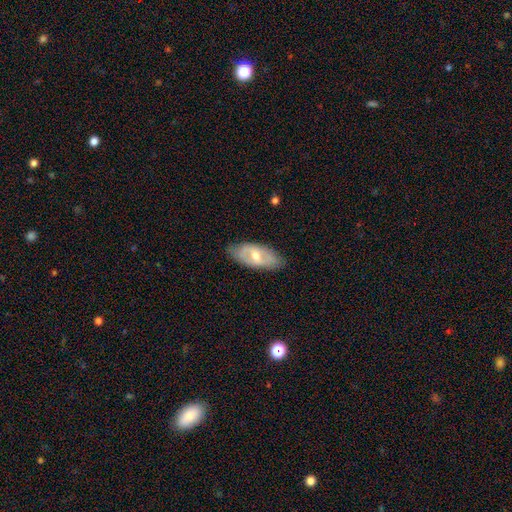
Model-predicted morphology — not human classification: A featured or disk galaxy (56%).

Vote fractions:
- Smooth or featured? featured or disk: 56% / smooth: 38% / star or artifact: 6%
- Edge-on disk? no: 84% / yes: 16%
- Merging? none: 81% / minor disturbance: 15% / major disturbance: 3% / merger: 1%